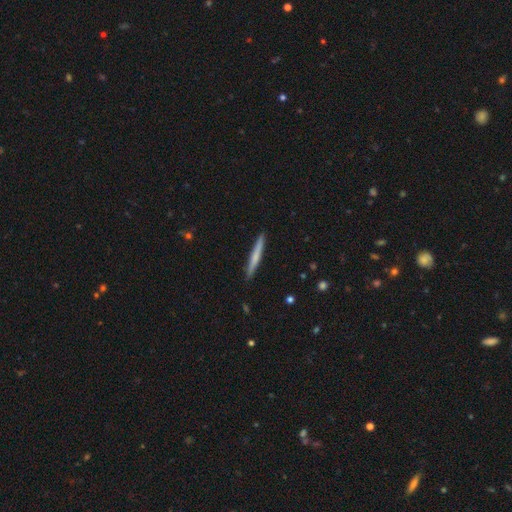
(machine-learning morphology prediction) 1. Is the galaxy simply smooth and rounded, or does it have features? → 62% smooth, 33% featured or disk, 5% star or artifact.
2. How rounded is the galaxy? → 97% cigar-shaped, 2% in between, 1% round.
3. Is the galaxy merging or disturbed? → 92% none, 6% minor disturbance, 1% major disturbance, 1% merger.